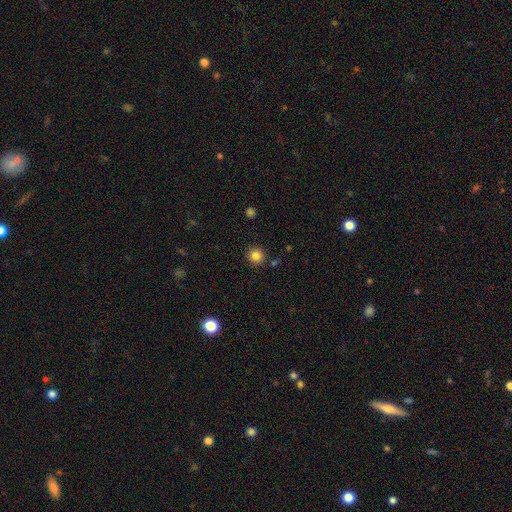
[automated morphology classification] The model was most divided on "smooth or featured": smooth: 84%, star or artifact: 12%, featured or disk: 4%. More confident: how rounded — round (93%); merging — none (88%).